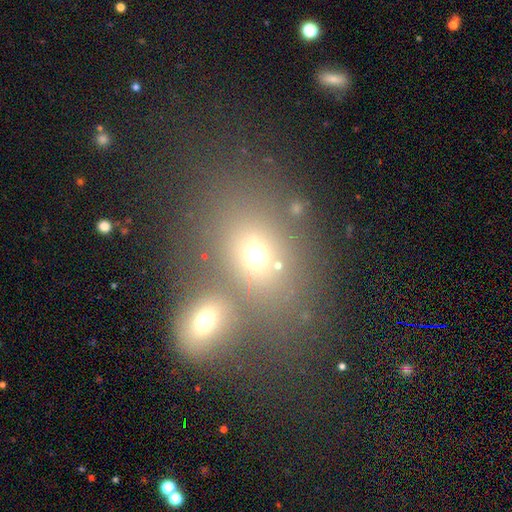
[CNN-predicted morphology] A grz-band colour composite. It shows a smooth galaxy with no disk features (61%) that is in between round and cigar-shaped (60%). Merging: merger (47%).